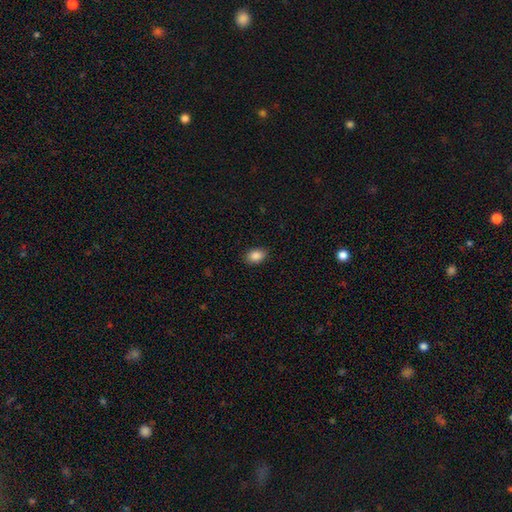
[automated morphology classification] A smooth galaxy with no disk features (88%) that is in between round and cigar-shaped (82%).

Vote fractions:
- Smooth or featured? smooth: 88% / star or artifact: 8% / featured or disk: 4%
- How rounded? in between: 82% / round: 17% / cigar-shaped: 1%
- Merging? none: 88% / minor disturbance: 9% / major disturbance: 2% / merger: 1%